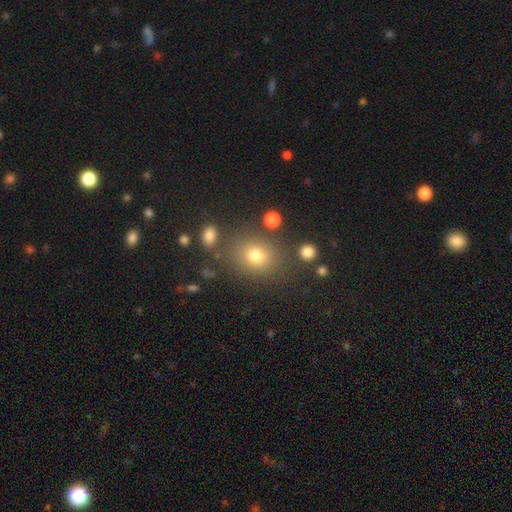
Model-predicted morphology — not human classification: Smooth or featured: smooth — 74% (star or artifact — 16%)
How rounded: round — 63% (in between — 36%)
Merging: none — 77% (minor disturbance — 12%)